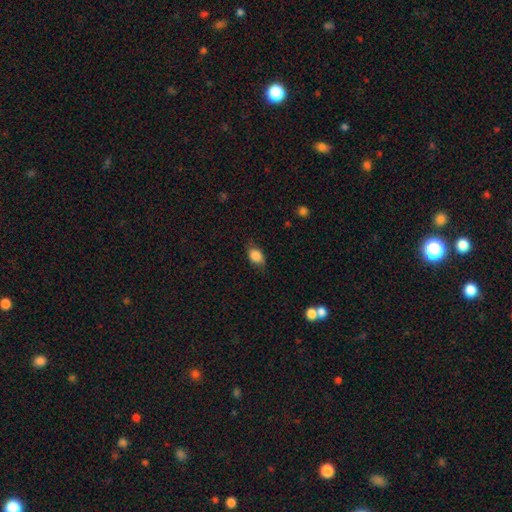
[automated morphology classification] The model was most divided on "merging": none: 74%, minor disturbance: 20%, major disturbance: 5%, merger: 1%. More confident: smooth or featured — smooth (85%); how rounded — in between (80%).